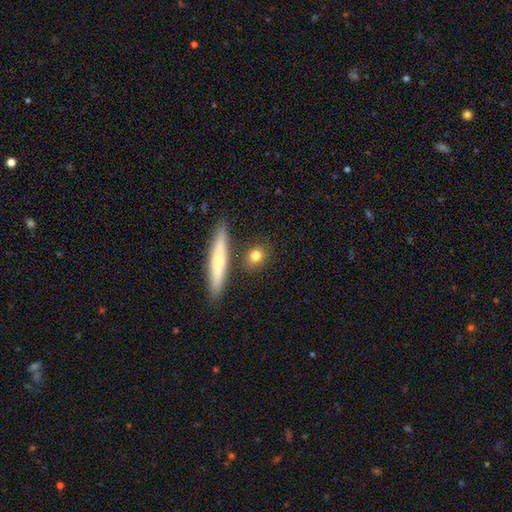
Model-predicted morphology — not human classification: smooth-or-featured: smooth: 77% | featured or disk: 15% | star or artifact: 8%
  how-rounded: round: 58% | in between: 23% | cigar-shaped: 18%
  merging: none: 83% | minor disturbance: 8% | merger: 6% | major disturbance: 3%